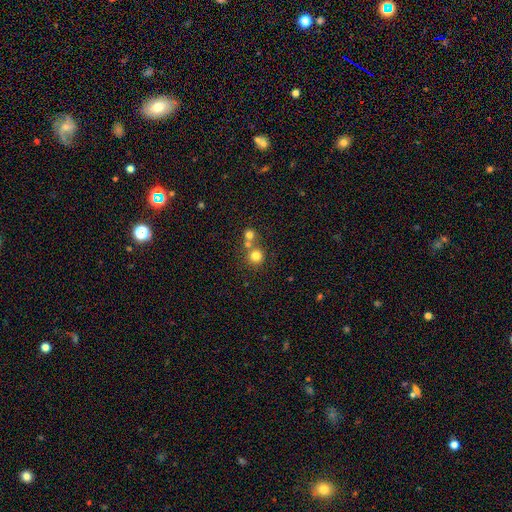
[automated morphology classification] Overall: smooth (77%). How rounded: round (92%). Merging: none (58%; merger 33%).